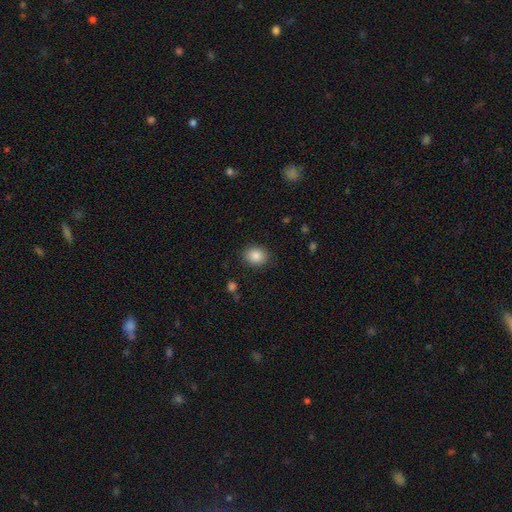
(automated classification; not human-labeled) Smooth or featured? Predicted: smooth (p=0.87). How rounded? Predicted: round (p=0.55). Merging? Predicted: none (p=0.87).